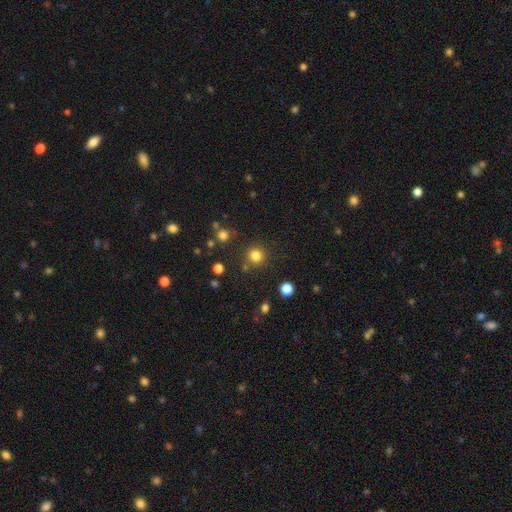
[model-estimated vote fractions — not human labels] Q: Smooth or featured?
A: smooth (81%); runner-up: star or artifact (14%)
Q: How rounded?
A: round (93%); runner-up: in between (6%)
Q: Merging?
A: none (85%); runner-up: minor disturbance (7%)